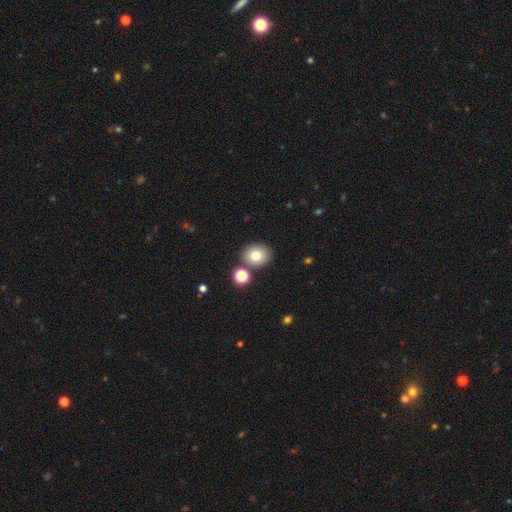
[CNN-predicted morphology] smooth_or_featured: smooth (p=0.77) [alt: star or artifact p=0.12]
how_rounded: round (p=0.65) [alt: in between p=0.34]
merging: none (p=0.79) [alt: merger p=0.10]